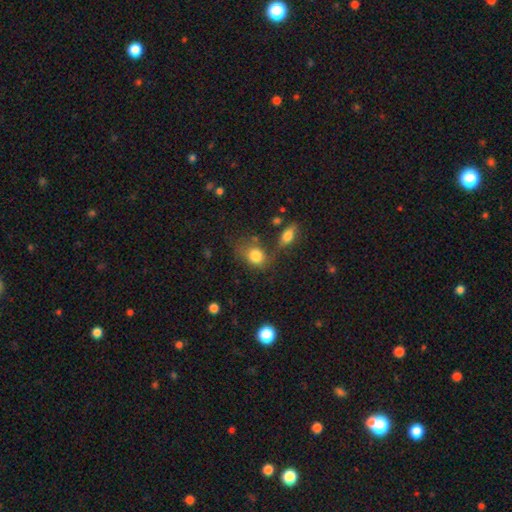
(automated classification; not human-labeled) A smooth galaxy with no disk features (82%) that is round (52%). Merging: none (55%).